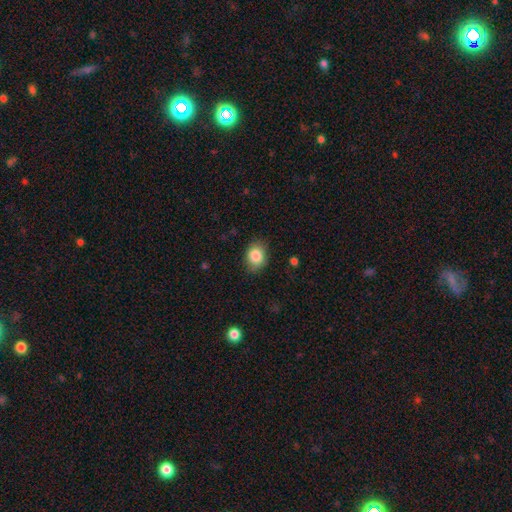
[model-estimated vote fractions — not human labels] Smooth or featured?
  - smooth: 85% *
  - star or artifact: 9%
  - featured or disk: 6%
How rounded?
  - in between: 55% *
  - round: 44%
  - cigar-shaped: 1%
Merging?
  - none: 80% *
  - minor disturbance: 15%
  - major disturbance: 3%
  - merger: 1%